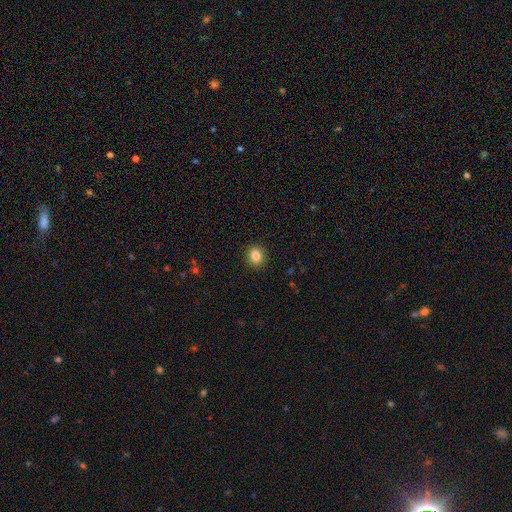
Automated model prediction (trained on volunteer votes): Q: Smooth or featured?
A: smooth (84%); runner-up: star or artifact (11%)
Q: How rounded?
A: round (73%); runner-up: in between (26%)
Q: Merging?
A: none (91%); runner-up: minor disturbance (6%)